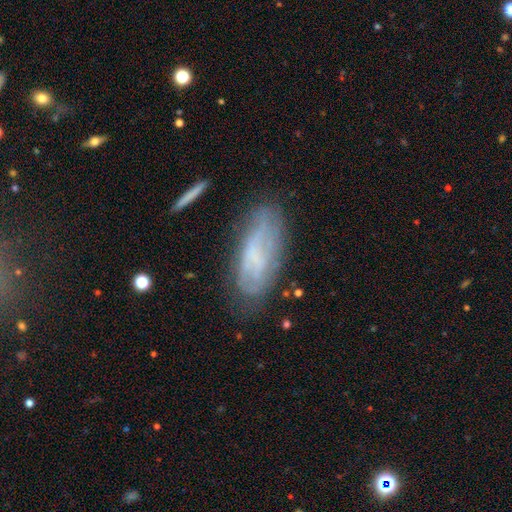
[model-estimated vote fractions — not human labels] A featured or disk galaxy (49%).

Vote fractions:
- Smooth or featured? featured or disk: 49% / smooth: 42% / star or artifact: 9%
- Merging? none: 59% / minor disturbance: 26% / major disturbance: 11% / merger: 4%